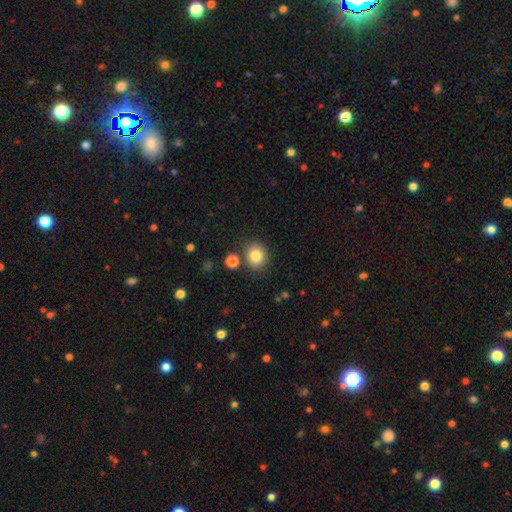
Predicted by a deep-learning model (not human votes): smooth 83%, star or artifact 11%, featured or disk 7%. Down the decision tree: how rounded — round (76%); merging — none (82%).